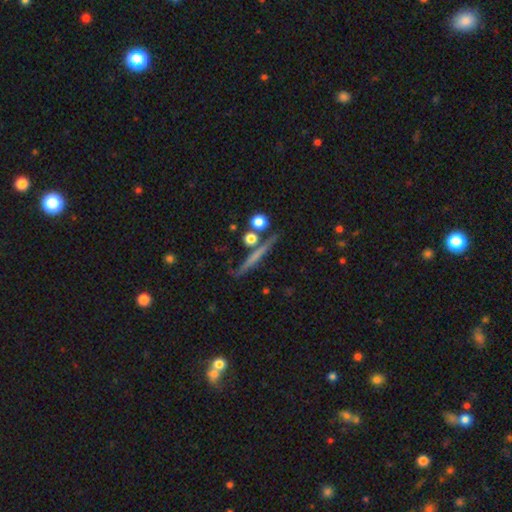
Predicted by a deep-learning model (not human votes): Smooth or featured: featured or disk — 50% (smooth — 41%)
Merging: none — 78% (minor disturbance — 10%)